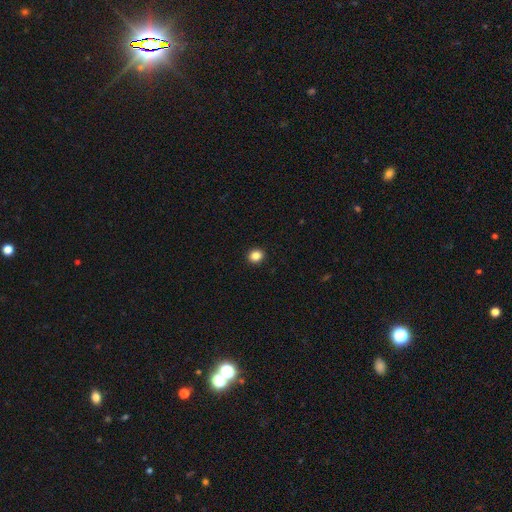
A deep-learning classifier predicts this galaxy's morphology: smooth-or-featured: smooth: 86% | star or artifact: 10% | featured or disk: 4%
  how-rounded: round: 79% | in between: 20% | cigar-shaped: 1%
  merging: none: 93% | minor disturbance: 5% | major disturbance: 2% | merger: 1%